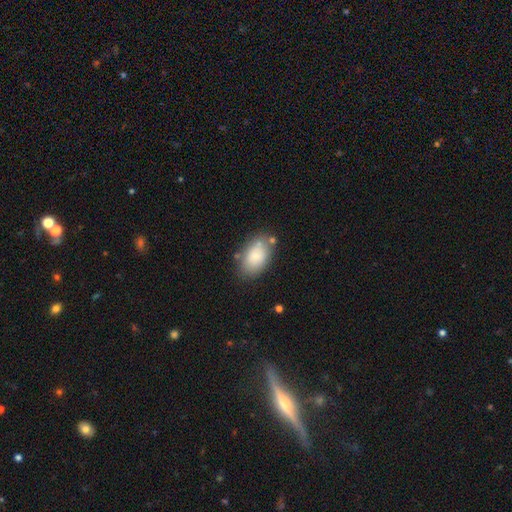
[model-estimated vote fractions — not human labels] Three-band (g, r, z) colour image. It shows a smooth galaxy with no disk features (80%) that is in between round and cigar-shaped (91%). Merging: none (71%).